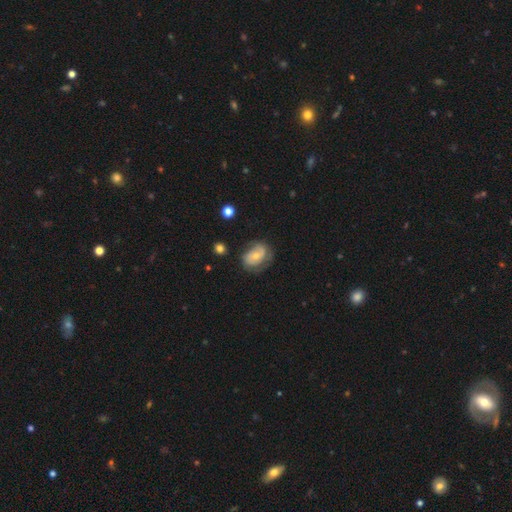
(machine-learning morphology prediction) The model was most divided on "bulge size": small: 54%, moderate: 40%, large: 2%, none: 2%, dominant: 1%. More confident: edge-on disk — no (96%); spiral arms — yes (77%); bar — no (66%); smooth or featured — featured or disk (61%); merging — none (57%).